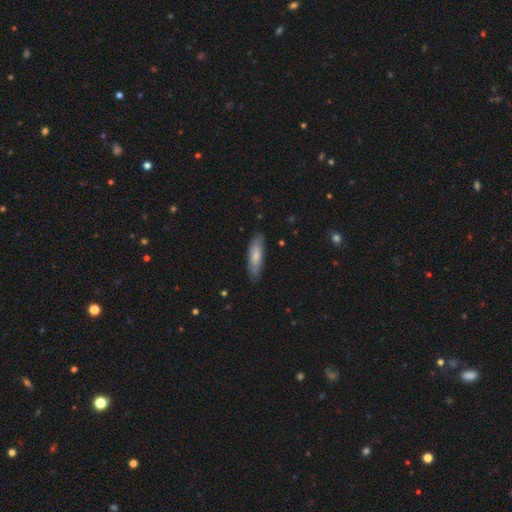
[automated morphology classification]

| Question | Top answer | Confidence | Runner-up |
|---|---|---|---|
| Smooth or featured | smooth | 72% | featured or disk (23%) |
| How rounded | in between | 52% | cigar-shaped (47%) |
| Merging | none | 79% | minor disturbance (17%) |